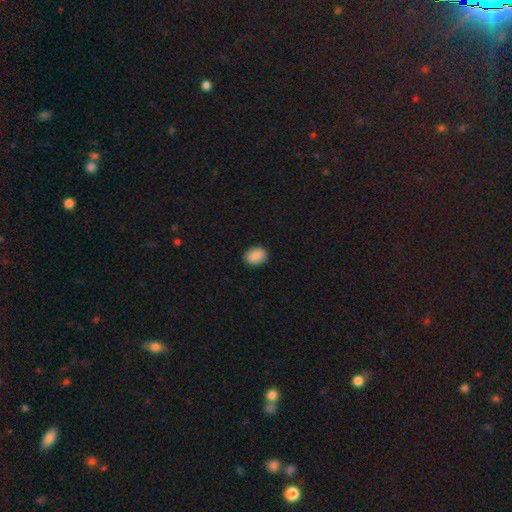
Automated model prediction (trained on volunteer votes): This is clearly a smooth galaxy (90%). How rounded: likely in between (70%). Merging: clearly none (89%).